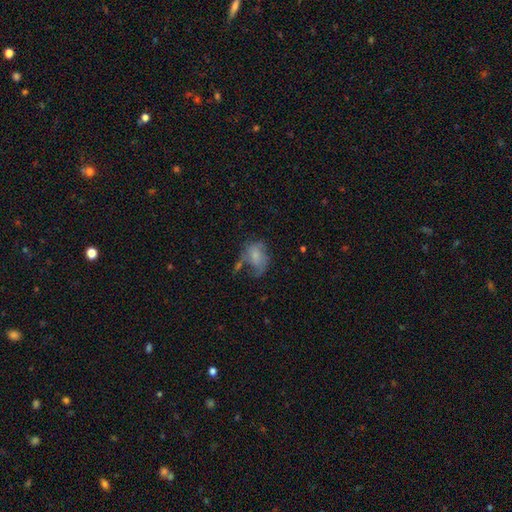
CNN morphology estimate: Smooth or featured?
  - smooth: 52% *
  - featured or disk: 37%
  - star or artifact: 10%
How rounded?
  - in between: 75% *
  - round: 23%
  - cigar-shaped: 2%
Merging?
  - major disturbance: 36% *
  - none: 28%
  - minor disturbance: 24%
  - merger: 11%